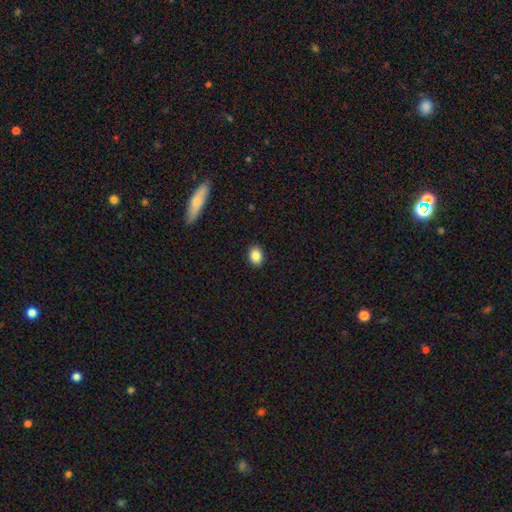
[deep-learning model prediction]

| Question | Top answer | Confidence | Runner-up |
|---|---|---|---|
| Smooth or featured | smooth | 87% | star or artifact (9%) |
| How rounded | in between | 61% | round (38%) |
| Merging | none | 89% | minor disturbance (8%) |